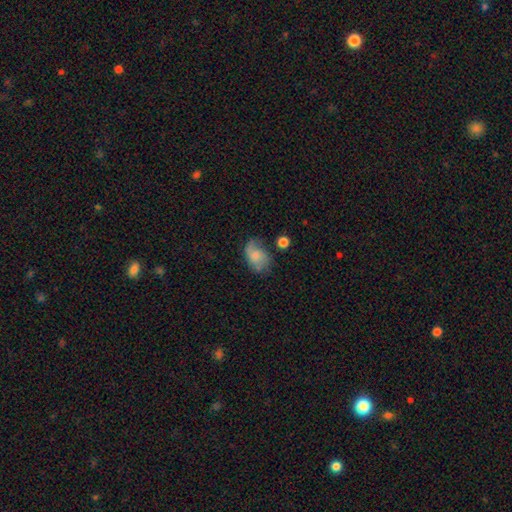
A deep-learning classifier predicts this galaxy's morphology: A smooth galaxy with no disk features (63%) that is in between round and cigar-shaped (79%).

Vote fractions:
- Smooth or featured? smooth: 63% / featured or disk: 28% / star or artifact: 9%
- How rounded? in between: 79% / round: 19% / cigar-shaped: 1%
- Merging? none: 48% / minor disturbance: 31% / major disturbance: 16% / merger: 5%